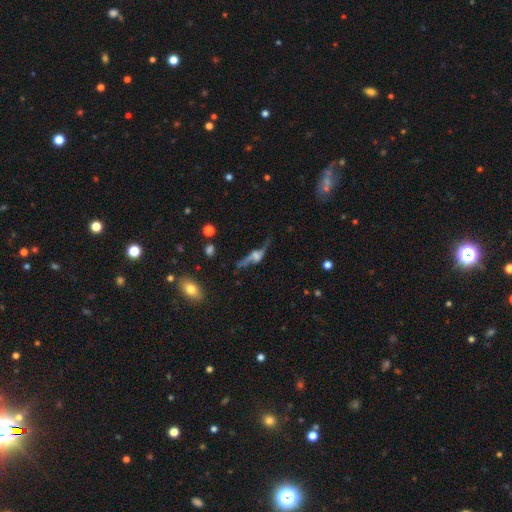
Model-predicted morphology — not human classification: featured or disk 63%, smooth 23%, star or artifact 14%. Down the decision tree: edge-on disk — yes (61%); merging — none (39%).